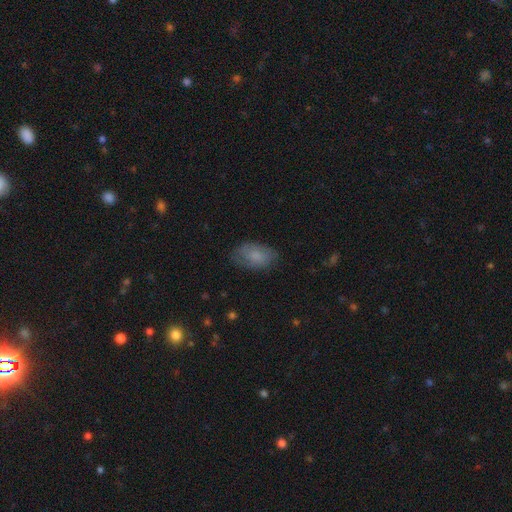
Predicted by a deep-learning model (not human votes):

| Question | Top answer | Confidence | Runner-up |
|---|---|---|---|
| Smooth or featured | smooth | 76% | featured or disk (17%) |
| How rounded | in between | 92% | round (6%) |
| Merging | none | 72% | minor disturbance (20%) |